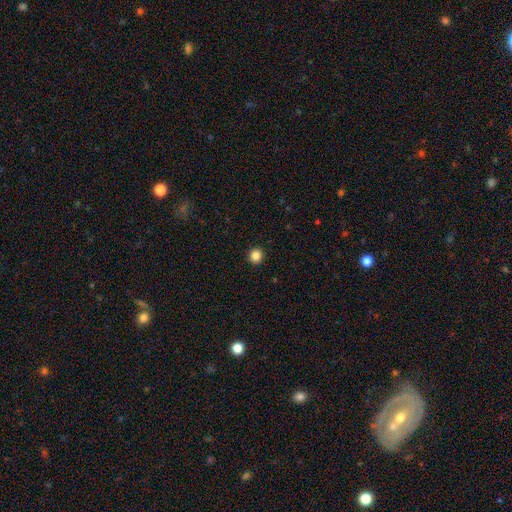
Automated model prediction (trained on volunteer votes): Overall: smooth (85%). How rounded: round (94%). Merging: none (94%).